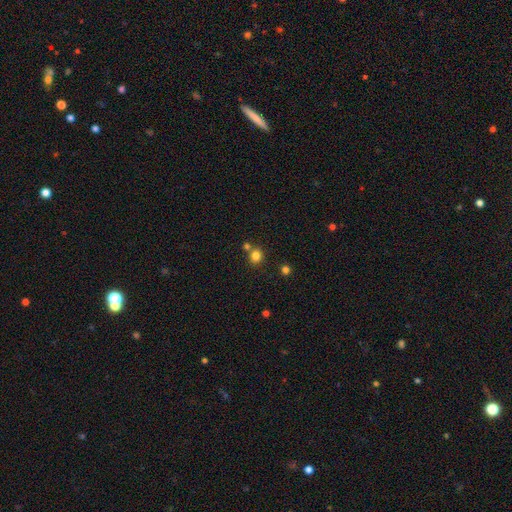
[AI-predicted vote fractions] Smooth or featured?
  - smooth: 81% *
  - star or artifact: 13%
  - featured or disk: 6%
How rounded?
  - round: 84% *
  - in between: 15%
  - cigar-shaped: 1%
Merging?
  - none: 69% *
  - merger: 20%
  - minor disturbance: 8%
  - major disturbance: 3%